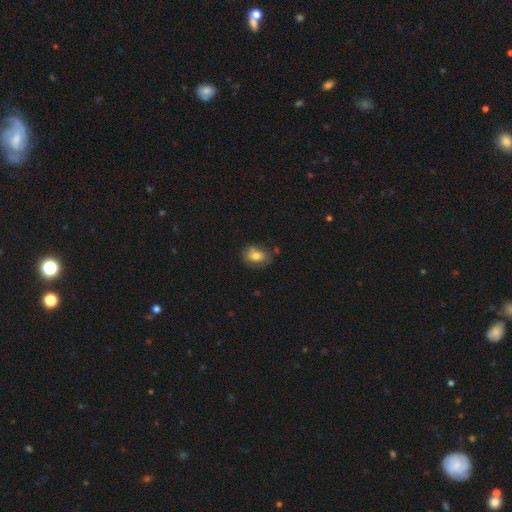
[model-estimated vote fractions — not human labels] Overall: smooth (73%). How rounded: in between (72%). Merging: none (63%; minor disturbance 25%).